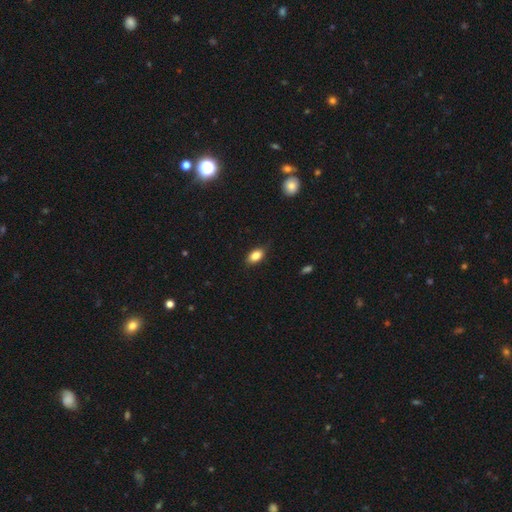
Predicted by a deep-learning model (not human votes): Smooth or featured? Predicted: smooth (p=0.85). How rounded? Predicted: in between (p=0.89). Merging? Predicted: none (p=0.84).